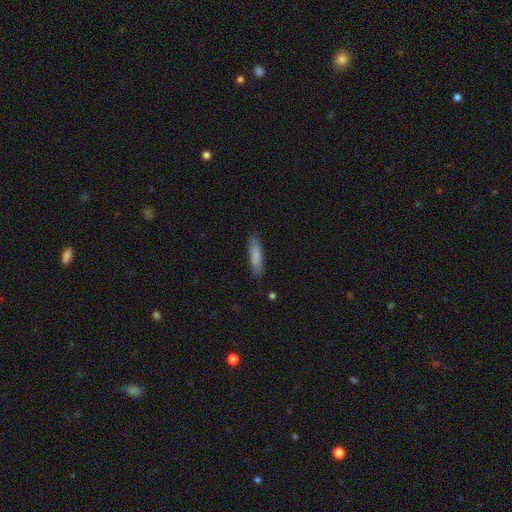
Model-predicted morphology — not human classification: Smooth or featured? smooth (83%)
How rounded? cigar-shaped (72%)
Merging? none (84%)